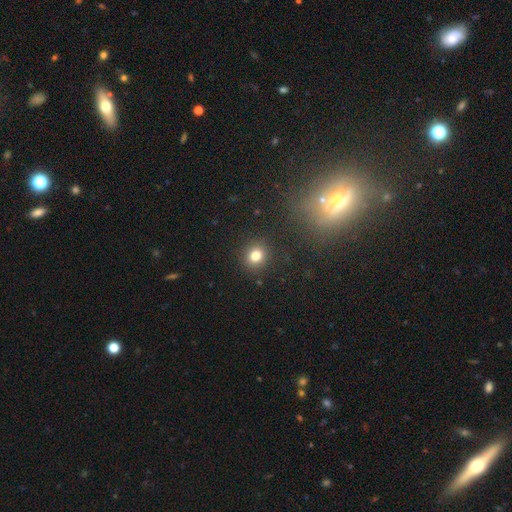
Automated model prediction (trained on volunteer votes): smooth 80%, star or artifact 14%, featured or disk 7%. Down the decision tree: how rounded — round (81%); merging — none (89%).